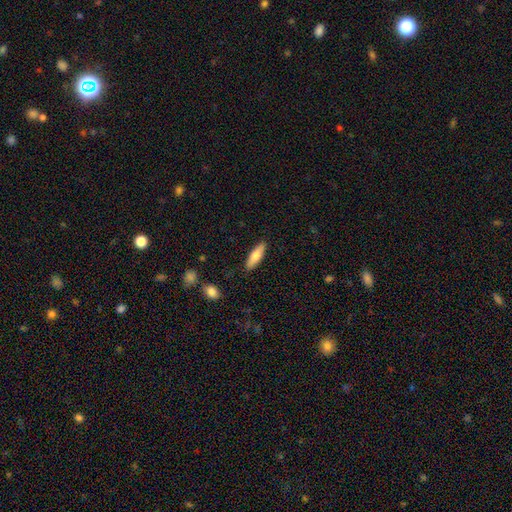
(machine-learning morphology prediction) Overall: smooth (69%). How rounded: cigar-shaped (57%; in between 41%). Merging: none (88%).